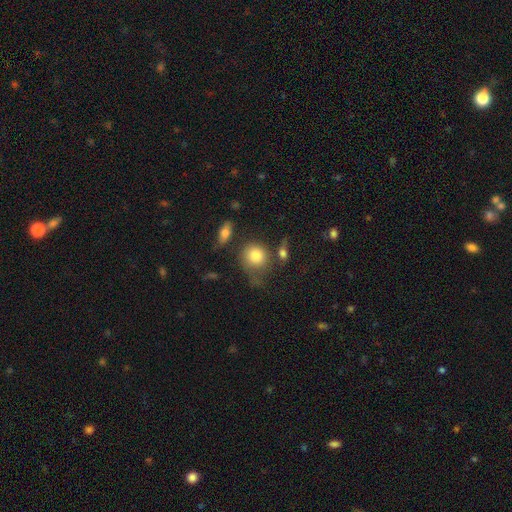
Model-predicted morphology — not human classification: This is likely a smooth galaxy (80%). How rounded: clearly round (82%). Merging: possibly none (51%).